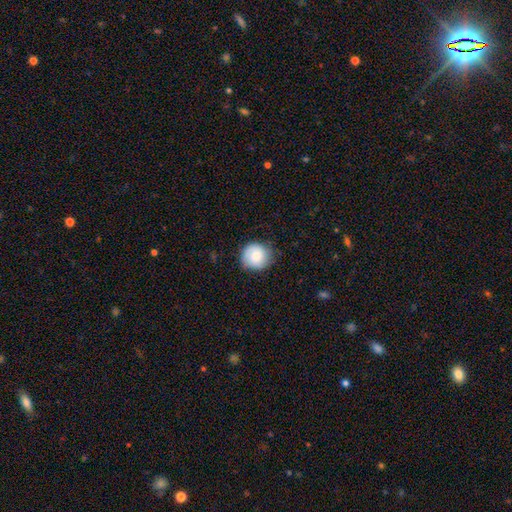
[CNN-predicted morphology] A smooth galaxy with no disk features (74%) that is round (88%).

Vote fractions:
- Smooth or featured? smooth: 74% / featured or disk: 19% / star or artifact: 7%
- How rounded? round: 88% / in between: 11% / cigar-shaped: 1%
- Merging? none: 76% / minor disturbance: 19% / major disturbance: 4% / merger: 1%